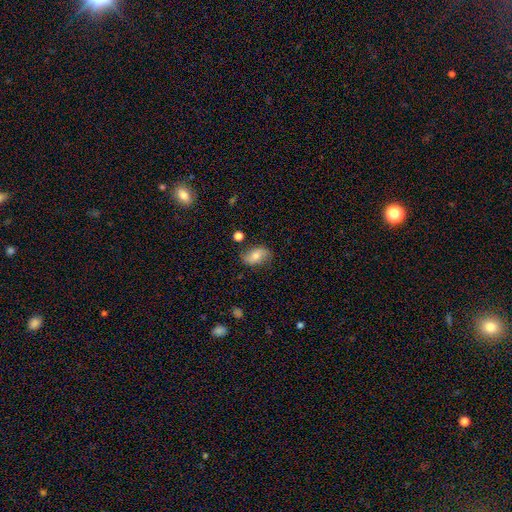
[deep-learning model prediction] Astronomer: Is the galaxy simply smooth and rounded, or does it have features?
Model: smooth — 54% (runner-up: featured or disk, 37%).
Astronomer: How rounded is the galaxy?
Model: in between — 88%.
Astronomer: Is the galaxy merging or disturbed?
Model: none — 76%.